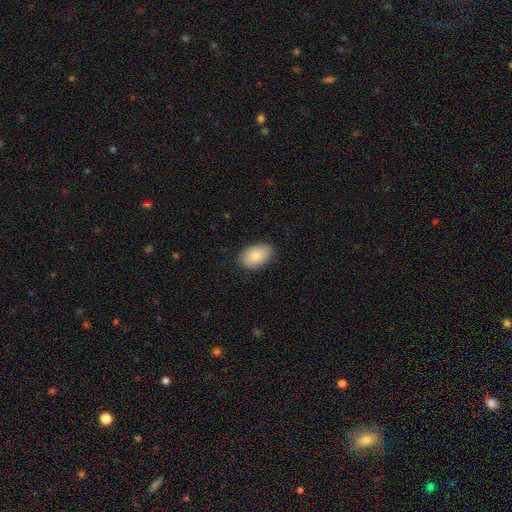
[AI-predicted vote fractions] Smooth or featured? smooth (80%)
How rounded? in between (89%)
Merging? none (84%)